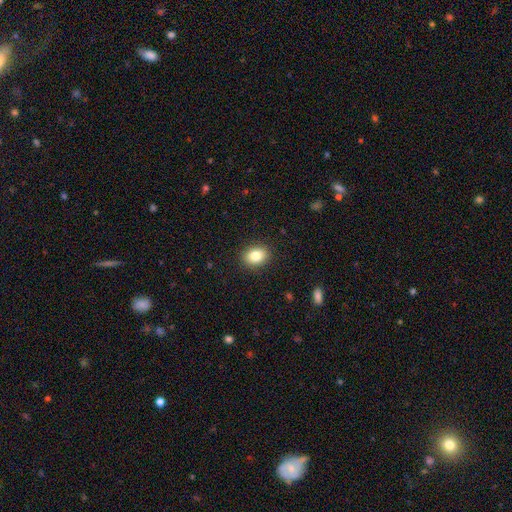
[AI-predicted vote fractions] Q: Smooth or featured?
A: smooth (84%); runner-up: star or artifact (9%)
Q: How rounded?
A: in between (63%); runner-up: round (36%)
Q: Merging?
A: none (90%); runner-up: minor disturbance (7%)